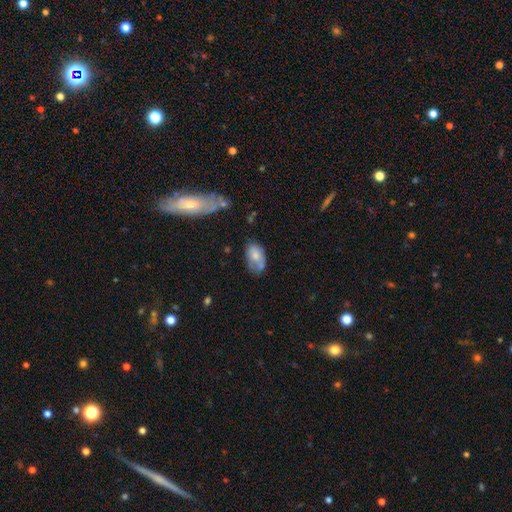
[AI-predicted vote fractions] A smooth galaxy with no disk features (70%) that is in between round and cigar-shaped (91%).

Vote fractions:
- Smooth or featured? smooth: 70% / featured or disk: 23% / star or artifact: 8%
- How rounded? in between: 91% / round: 7% / cigar-shaped: 2%
- Merging? none: 45% / minor disturbance: 31% / major disturbance: 12% / merger: 12%